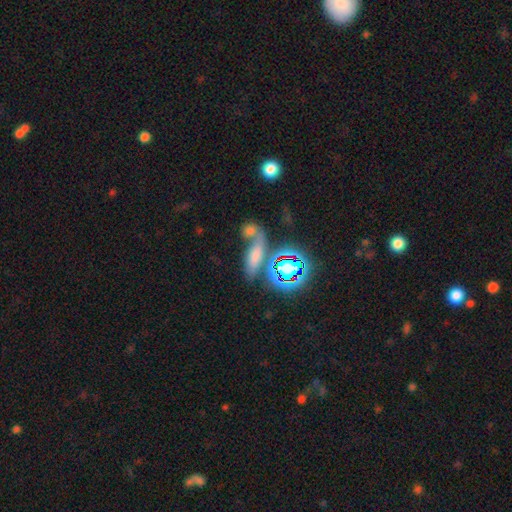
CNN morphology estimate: Overall: smooth (58%; star or artifact 26%). How rounded: in between (59%; cigar-shaped 29%). Merging: none (40%, tied with merger).